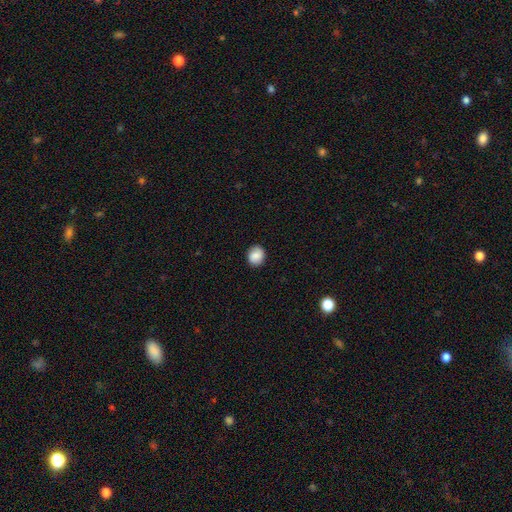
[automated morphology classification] This is clearly a smooth galaxy (81%). How rounded: likely round (71%). Merging: clearly none (87%).